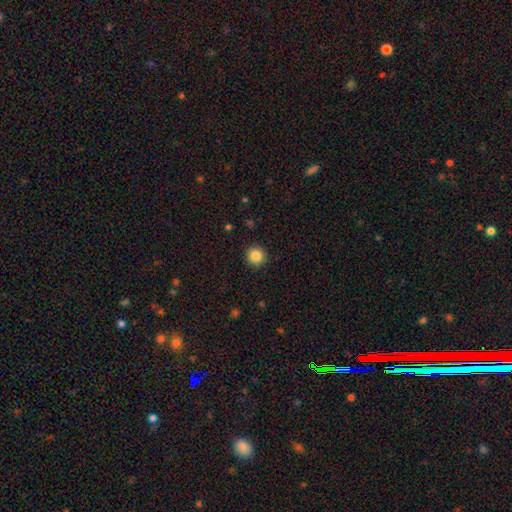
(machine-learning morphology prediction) A smooth galaxy with no disk features (85%) that is round (93%).

Vote fractions:
- Smooth or featured? smooth: 85% / star or artifact: 10% / featured or disk: 5%
- How rounded? round: 93% / in between: 6% / cigar-shaped: 1%
- Merging? none: 92% / minor disturbance: 5% / major disturbance: 2% / merger: 1%